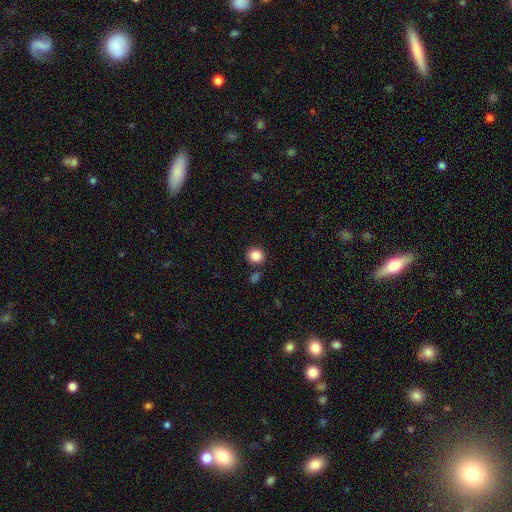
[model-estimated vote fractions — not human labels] smooth 87%, star or artifact 10%, featured or disk 4%. Down the decision tree: how rounded — round (88%); merging — none (86%).